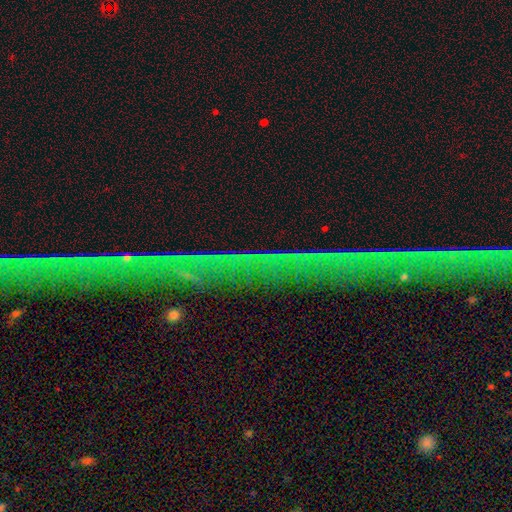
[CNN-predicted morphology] This is likely a star or artifact rather than a galaxy (76%).